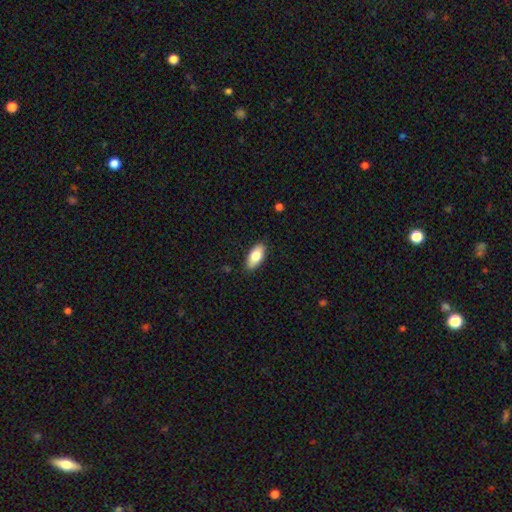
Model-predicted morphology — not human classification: type=smooth (79%); roundness=in between (89%); merging=none (88%).